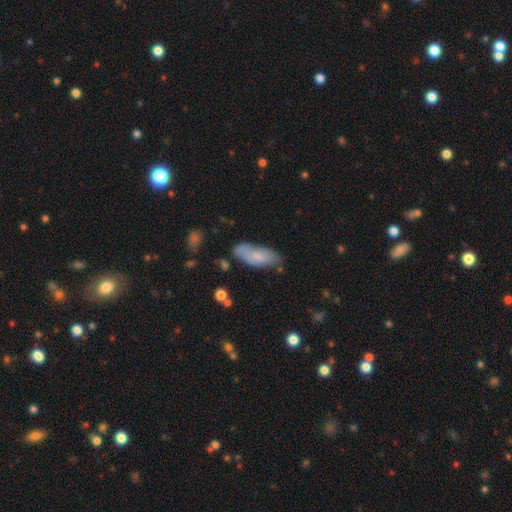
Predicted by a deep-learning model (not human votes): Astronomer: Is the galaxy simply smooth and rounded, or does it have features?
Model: smooth — 68%.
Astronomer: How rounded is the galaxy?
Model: in between — 78%.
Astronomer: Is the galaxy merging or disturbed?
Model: none — 64%.